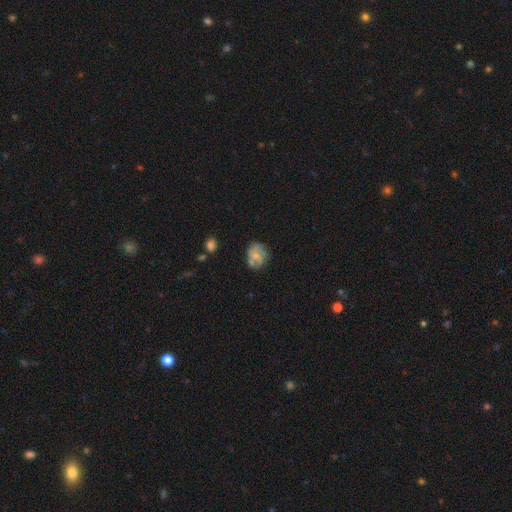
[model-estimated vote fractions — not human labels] Smooth or featured? smooth (49%)
Merging? none (58%)